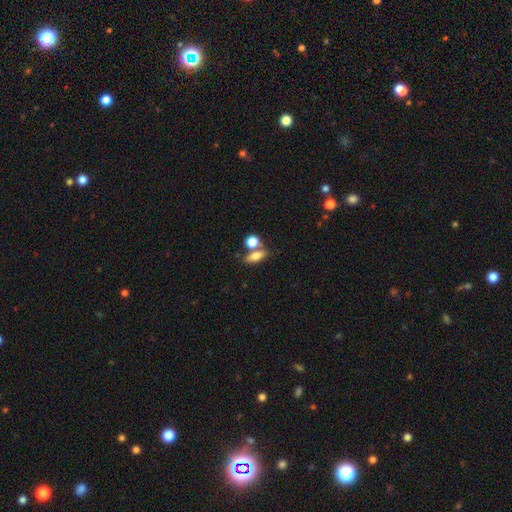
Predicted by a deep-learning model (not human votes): smooth_or_featured: smooth (p=0.74) [alt: featured or disk p=0.16]
how_rounded: in between (p=0.66) [alt: cigar-shaped p=0.19]
merging: none (p=0.54) [alt: merger p=0.30]